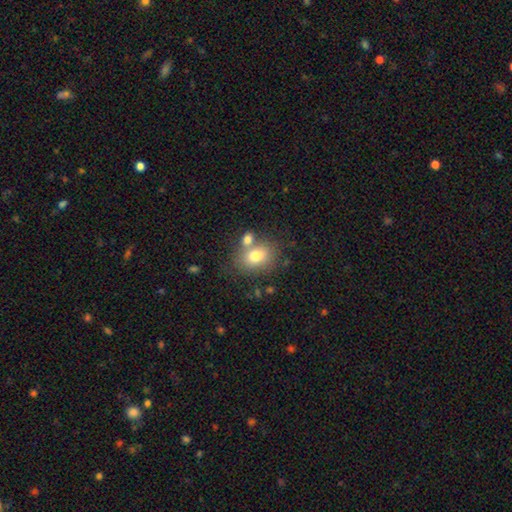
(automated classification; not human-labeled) smooth-or-featured: smooth: 75% | featured or disk: 15% | star or artifact: 10%
  how-rounded: in between: 64% | round: 35% | cigar-shaped: 1%
  merging: none: 56% | merger: 27% | minor disturbance: 13% | major disturbance: 5%